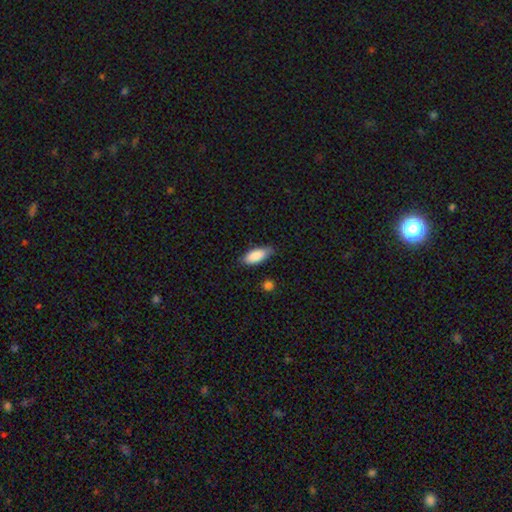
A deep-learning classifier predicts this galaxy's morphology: Smooth or featured? Predicted: smooth (p=0.86). How rounded? Predicted: in between (p=0.82). Merging? Predicted: none (p=0.77).